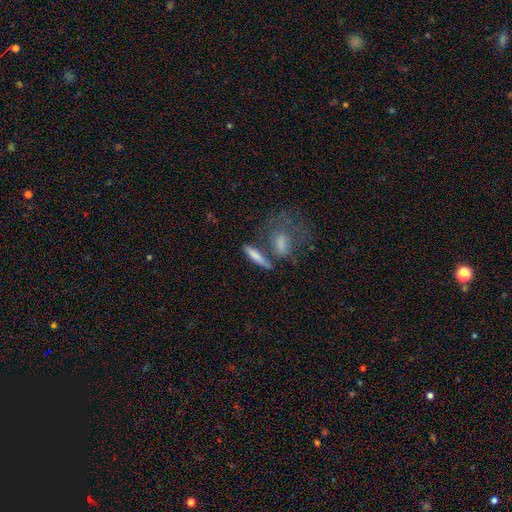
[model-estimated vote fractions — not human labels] Smooth or featured: smooth — 72% (featured or disk — 20%)
How rounded: cigar-shaped — 76% (in between — 20%)
Merging: none — 60% (merger — 19%)